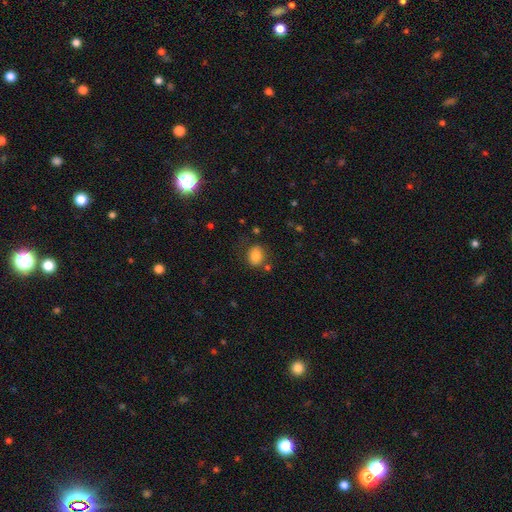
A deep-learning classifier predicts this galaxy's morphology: This is clearly a smooth galaxy (82%). How rounded: possibly in between (57%). Merging: likely none (75%).